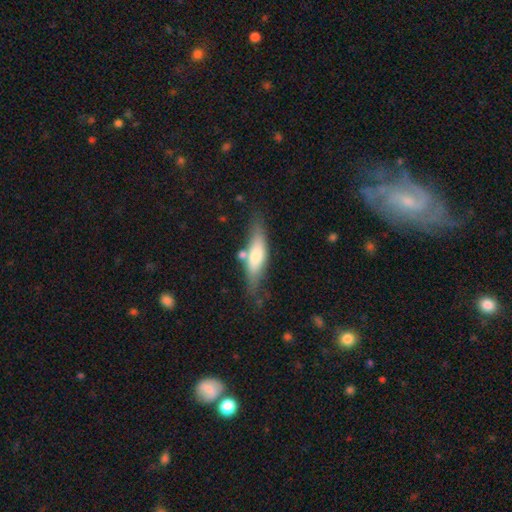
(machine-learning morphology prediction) smooth_or_featured: smooth (p=0.60) [alt: featured or disk p=0.34]
how_rounded: cigar-shaped (p=0.57) [alt: in between p=0.41]
merging: none (p=0.64) [alt: minor disturbance p=0.19]